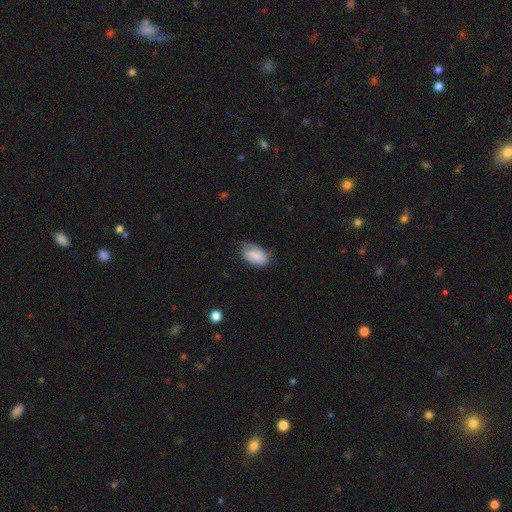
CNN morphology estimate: Q: Smooth or featured?
A: smooth (85%); runner-up: featured or disk (9%)
Q: How rounded?
A: in between (94%); runner-up: round (4%)
Q: Merging?
A: none (61%); runner-up: minor disturbance (31%)